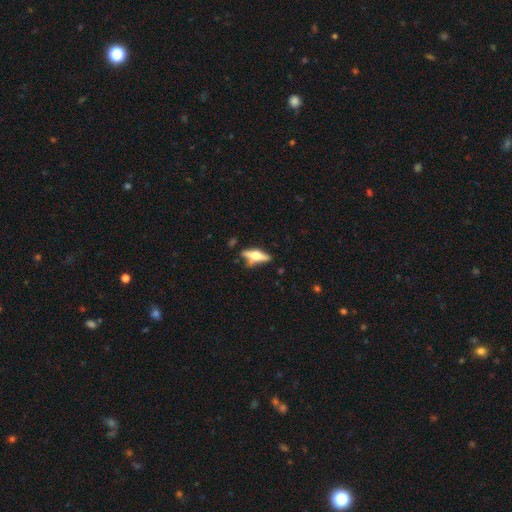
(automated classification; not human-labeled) Smooth or featured?
  - featured or disk: 58% *
  - smooth: 35%
  - star or artifact: 7%
Edge-on disk?
  - yes: 91% *
  - no: 9%
Edge-on bulge?
  - rounded: 93% *
  - boxy: 4%
  - none: 2%
Merging?
  - none: 64% *
  - minor disturbance: 18%
  - merger: 10%
  - major disturbance: 9%